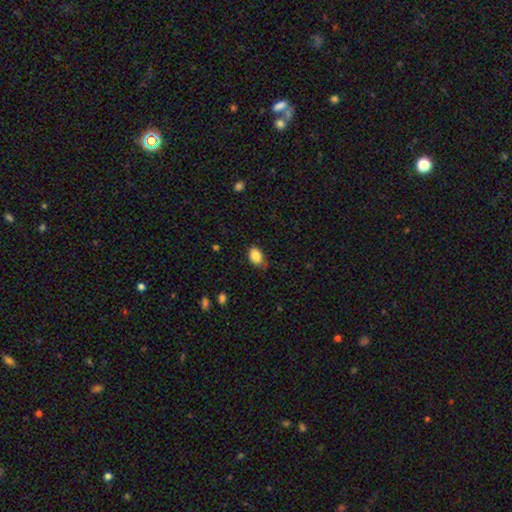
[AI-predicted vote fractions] The model was most divided on "merging": none: 66%, minor disturbance: 28%, major disturbance: 5%, merger: 1%. More confident: smooth or featured — smooth (87%); how rounded — in between (83%).